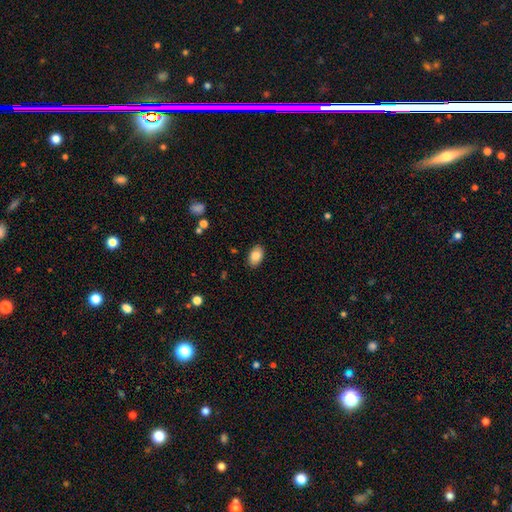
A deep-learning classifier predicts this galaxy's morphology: Q: Smooth or featured?
A: smooth (84%); runner-up: featured or disk (9%)
Q: How rounded?
A: in between (90%); runner-up: round (9%)
Q: Merging?
A: none (88%); runner-up: minor disturbance (9%)